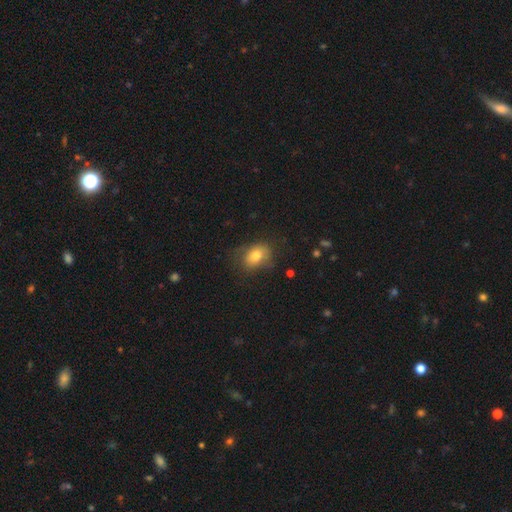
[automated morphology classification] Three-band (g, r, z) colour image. It shows a smooth galaxy with no disk features (77%) that is in between round and cigar-shaped (72%). Merging: none (63%).